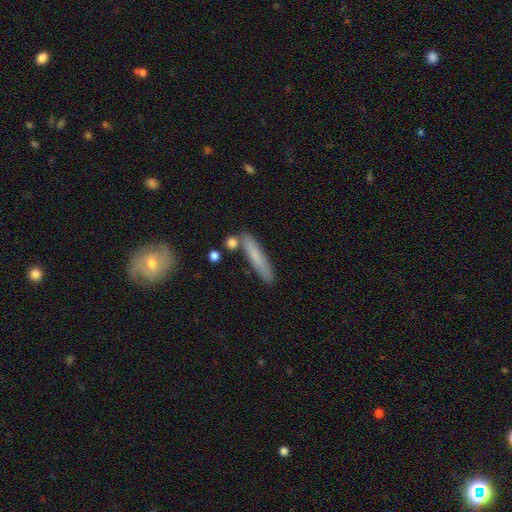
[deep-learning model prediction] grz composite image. It shows a smooth galaxy with no disk features (72%) that is cigar-shaped (90%). Merging: none (78%).